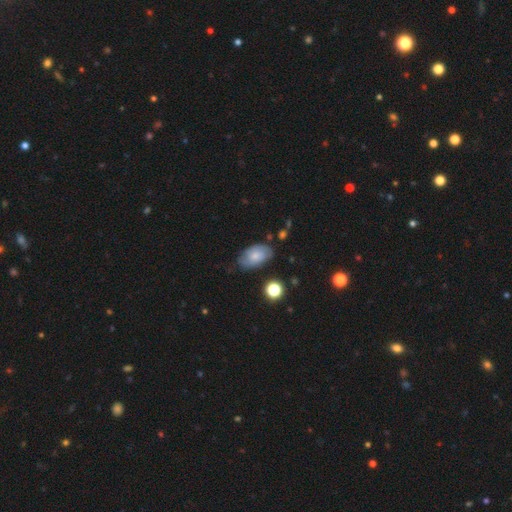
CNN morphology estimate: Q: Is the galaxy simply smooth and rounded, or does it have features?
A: smooth — 58%.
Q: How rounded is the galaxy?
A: in between — 90%.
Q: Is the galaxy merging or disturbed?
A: none — 68%.